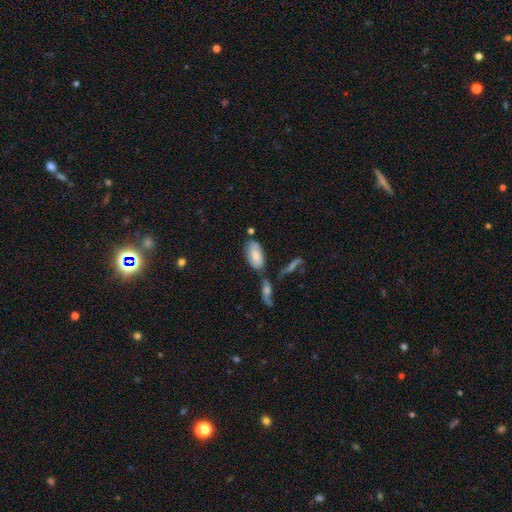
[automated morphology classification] Smooth or featured? Predicted: smooth (p=0.75). How rounded? Predicted: in between (p=0.91). Merging? Predicted: none (p=0.57).